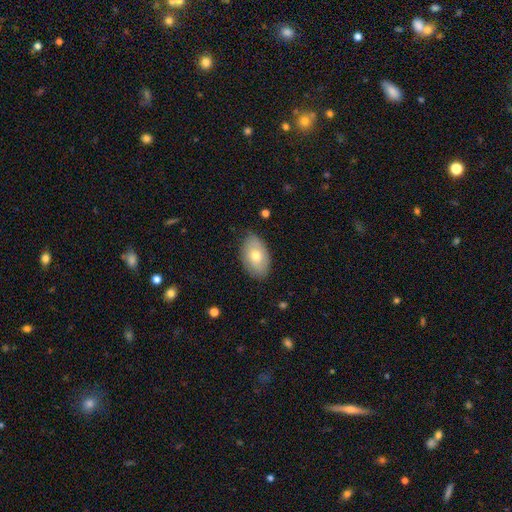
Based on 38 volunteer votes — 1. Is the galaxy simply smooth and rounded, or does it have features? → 71% smooth, 29% featured or disk, 0% star or artifact.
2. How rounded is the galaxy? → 89% in between, 7% round, 4% cigar-shaped.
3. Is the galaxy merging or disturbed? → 76% none, 18% minor disturbance, 3% major disturbance, 3% merger.